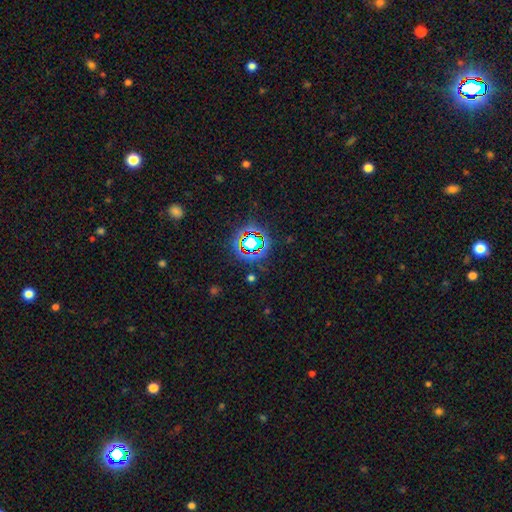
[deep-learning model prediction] Overall: star or artifact (77%).